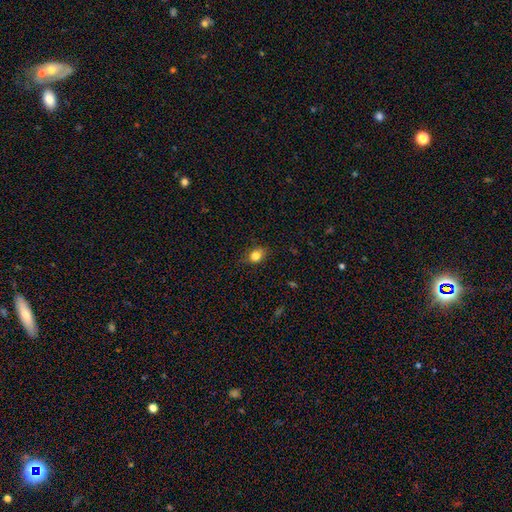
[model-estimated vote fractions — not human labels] This is clearly a smooth galaxy (81%). How rounded: possibly in between (55%). Merging: likely none (78%).